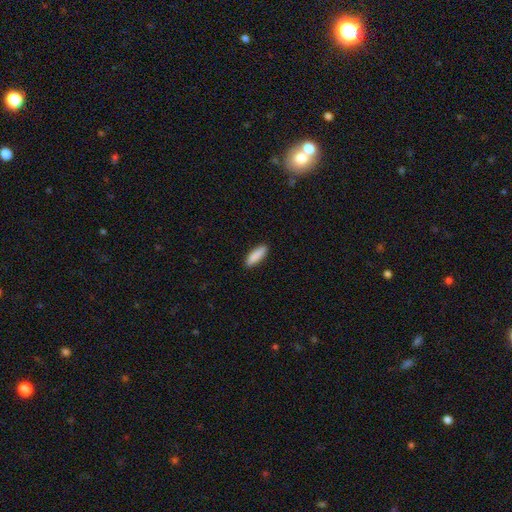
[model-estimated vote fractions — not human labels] smooth-or-featured: smooth: 89% | star or artifact: 6% | featured or disk: 5%
  how-rounded: cigar-shaped: 52% | in between: 47% | round: 2%
  merging: none: 89% | minor disturbance: 8% | major disturbance: 2% | merger: 1%